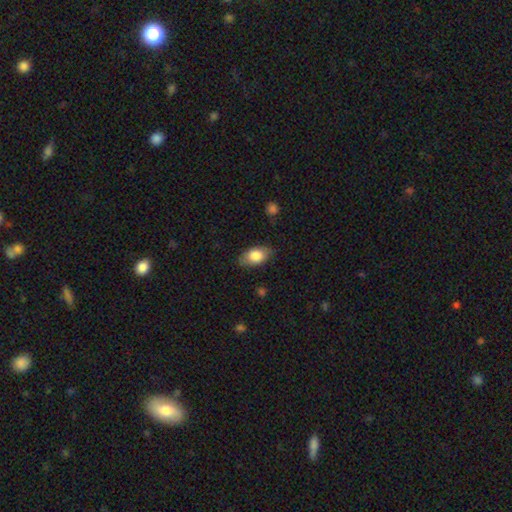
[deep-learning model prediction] Q: Smooth or featured?
A: smooth (80%); runner-up: featured or disk (13%)
Q: How rounded?
A: in between (91%); runner-up: round (6%)
Q: Merging?
A: none (82%); runner-up: minor disturbance (14%)